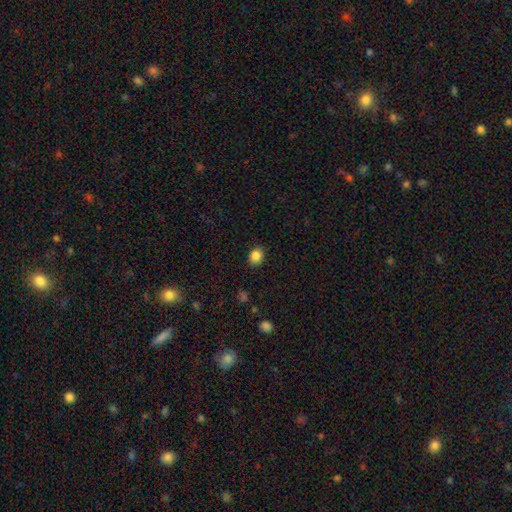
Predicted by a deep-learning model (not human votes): A smooth galaxy with no disk features (85%) that is round (53%). Merging: none (88%).